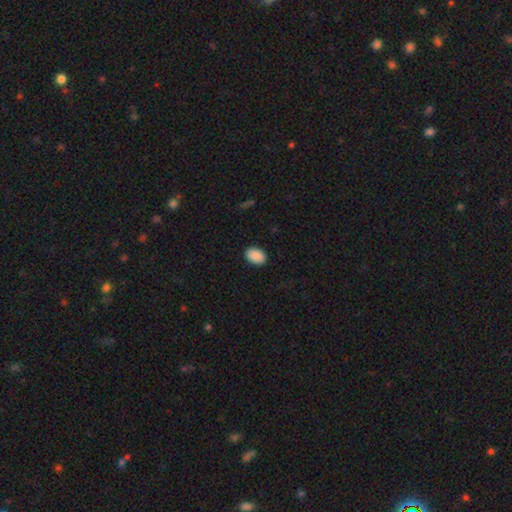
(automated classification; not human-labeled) Smooth or featured? Predicted: smooth (p=0.91). How rounded? Predicted: in between (p=0.83). Merging? Predicted: none (p=0.90).